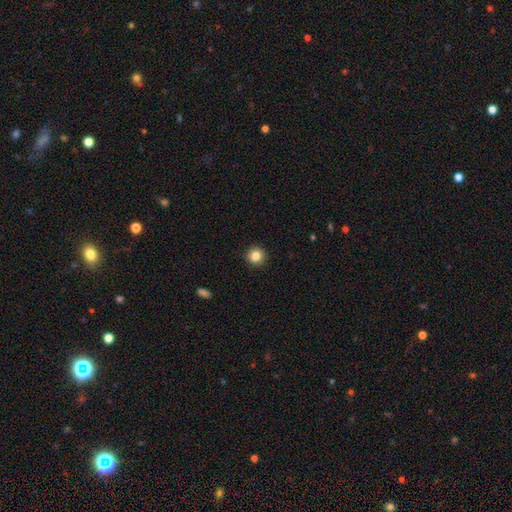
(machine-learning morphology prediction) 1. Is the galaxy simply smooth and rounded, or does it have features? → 84% smooth, 10% star or artifact, 6% featured or disk.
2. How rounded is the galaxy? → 93% round, 7% in between, 1% cigar-shaped.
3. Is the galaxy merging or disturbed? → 92% none, 5% minor disturbance, 2% major disturbance, 1% merger.